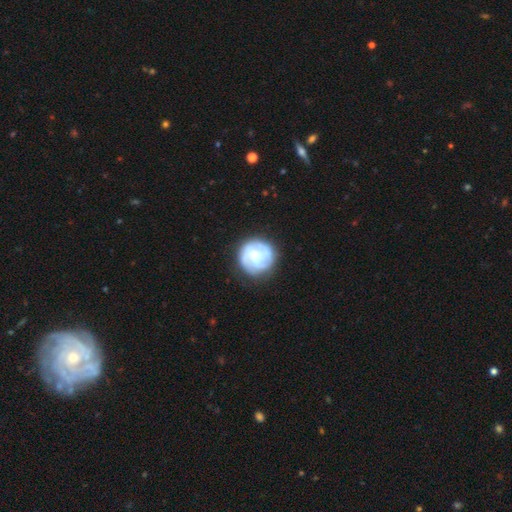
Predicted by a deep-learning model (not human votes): Overall: featured or disk (68%). Edge-on disk: no (98%). Bar: no (69%). Spiral arms: yes (91%). Spiral arm count: 3 (42%; can't tell 23%). Spiral winding: tight (57%; medium 34%). Bulge size: small (40%; moderate 38%). Merging: none (80%).